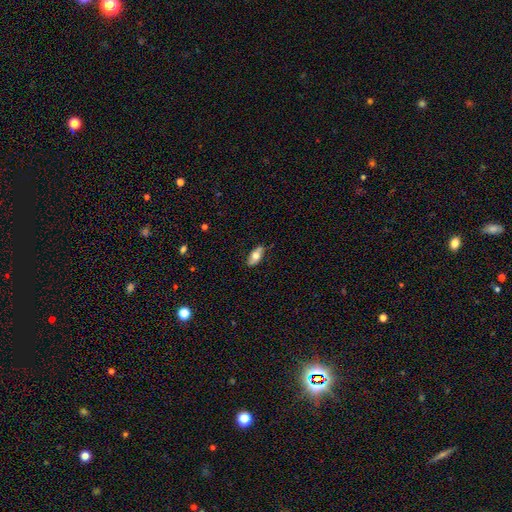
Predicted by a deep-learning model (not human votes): A smooth galaxy with no disk features (63%) that is in between round and cigar-shaped (85%). Merging: none (79%).